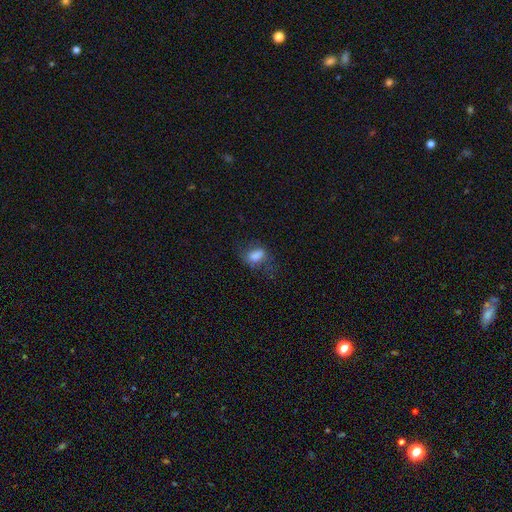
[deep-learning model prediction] smooth 71%, featured or disk 16%, star or artifact 12%. Down the decision tree: how rounded — in between (79%); merging — none (48%).